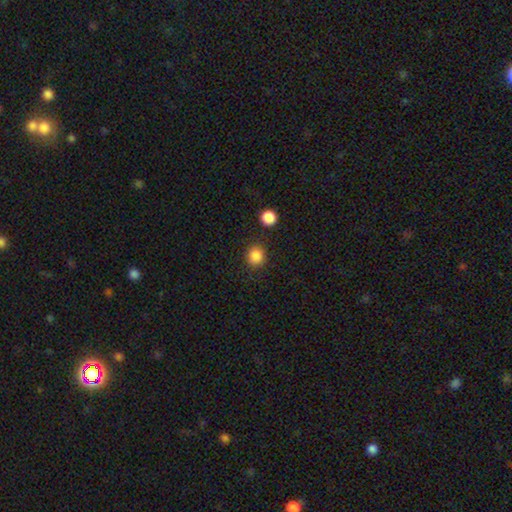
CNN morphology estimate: Smooth or featured? smooth (86%)
How rounded? round (87%)
Merging? none (86%)